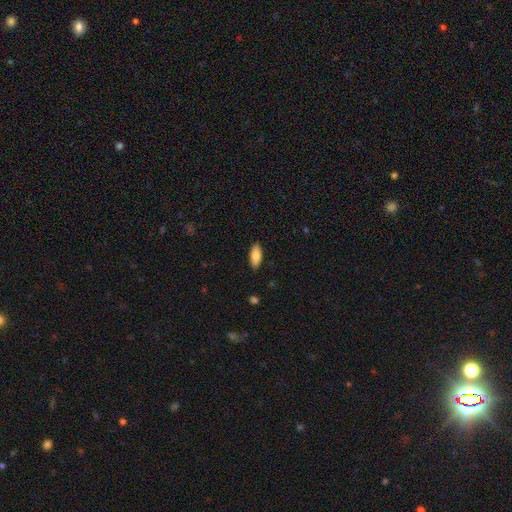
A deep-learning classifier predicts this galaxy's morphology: Overall: smooth (81%). How rounded: in between (80%). Merging: none (89%).